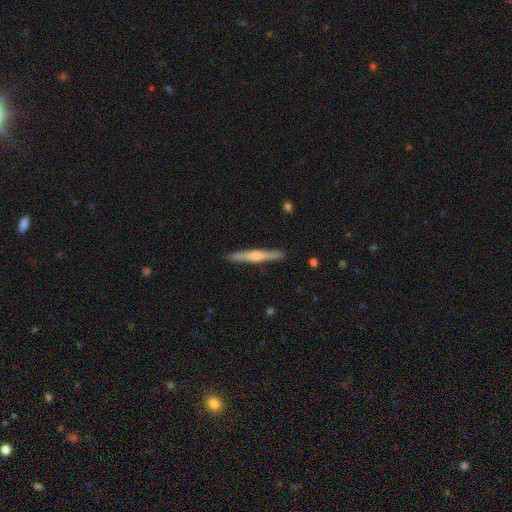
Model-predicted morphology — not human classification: smooth_or_featured: featured or disk (p=0.68) [alt: smooth p=0.27]
disk_edge_on: yes (p=0.98) [alt: no p=0.02]
edge_on_bulge: rounded (p=0.82) [alt: none p=0.09]
merging: none (p=0.91) [alt: minor disturbance p=0.06]